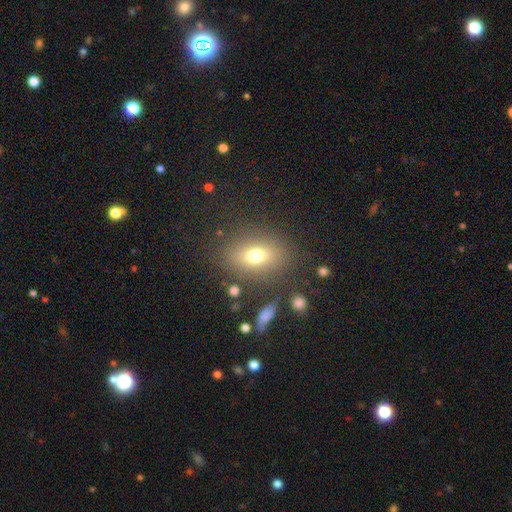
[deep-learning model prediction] The model was most divided on "how rounded": in between: 68%, round: 29%, cigar-shaped: 3%. More confident: merging — none (80%); smooth or featured — smooth (71%).